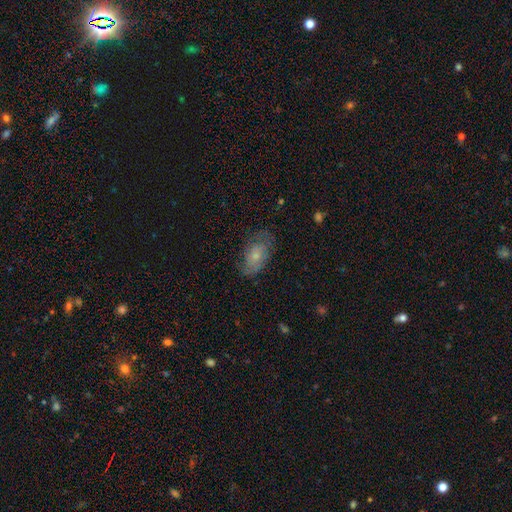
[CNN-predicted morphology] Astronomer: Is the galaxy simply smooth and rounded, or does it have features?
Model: smooth — 50% (runner-up: featured or disk, 42%).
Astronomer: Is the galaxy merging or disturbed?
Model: none — 66%.